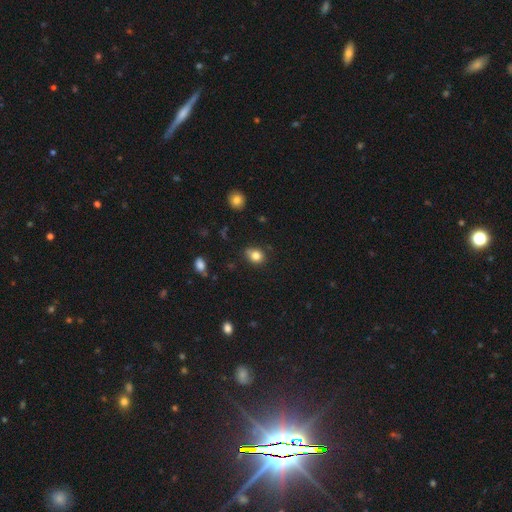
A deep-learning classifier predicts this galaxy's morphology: A smooth galaxy with no disk features (82%) that is round (58%). Merging: none (74%).